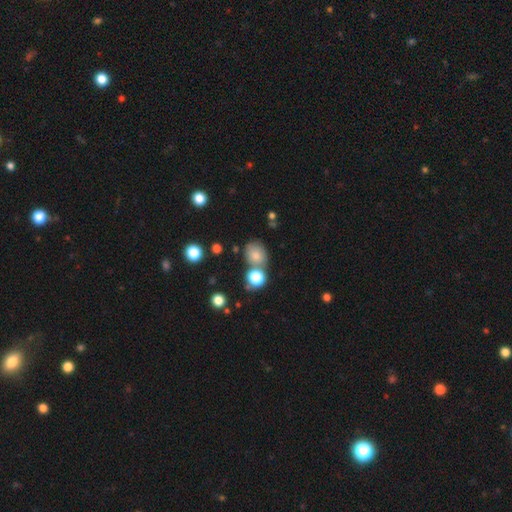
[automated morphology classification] smooth_or_featured: smooth (p=0.78) [alt: star or artifact p=0.13]
how_rounded: round (p=0.63) [alt: in between p=0.36]
merging: none (p=0.58) [alt: merger p=0.23]